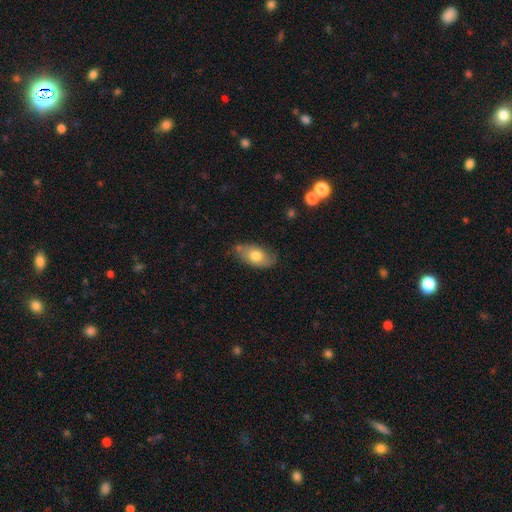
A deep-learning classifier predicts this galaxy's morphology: This appears to be a smooth galaxy with no disk features (70%) that is in between round and cigar-shaped (91%). Merging: none (67%).